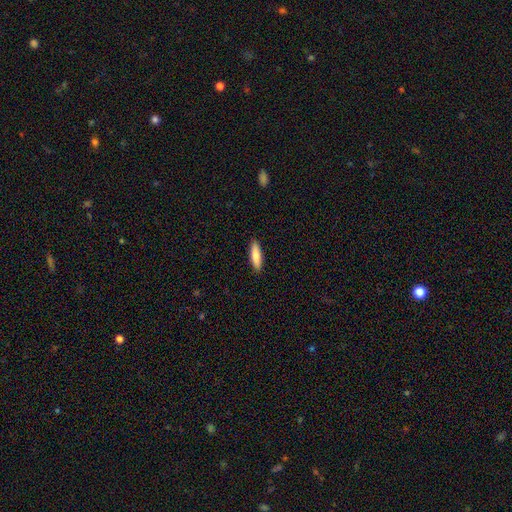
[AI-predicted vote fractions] Q: Smooth or featured?
A: smooth (82%); runner-up: featured or disk (12%)
Q: How rounded?
A: cigar-shaped (63%); runner-up: in between (35%)
Q: Merging?
A: none (91%); runner-up: minor disturbance (7%)